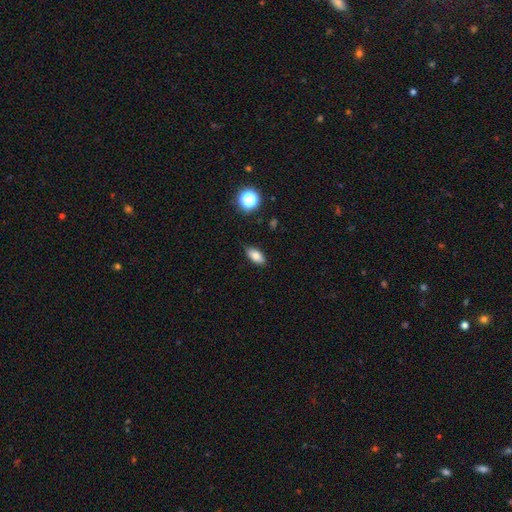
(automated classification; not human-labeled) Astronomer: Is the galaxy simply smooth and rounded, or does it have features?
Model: smooth — 80%.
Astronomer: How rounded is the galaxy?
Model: in between — 88%.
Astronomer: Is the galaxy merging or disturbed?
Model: none — 86%.